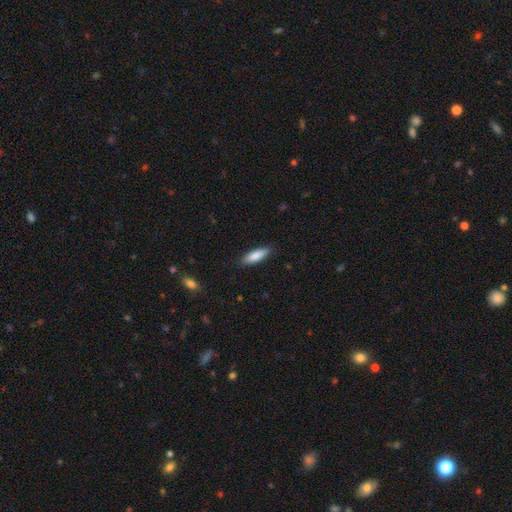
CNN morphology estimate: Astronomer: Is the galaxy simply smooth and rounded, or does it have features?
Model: smooth — 84%.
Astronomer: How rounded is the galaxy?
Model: cigar-shaped — 52% (runner-up: in between, 47%).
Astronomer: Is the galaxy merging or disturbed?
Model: none — 86%.